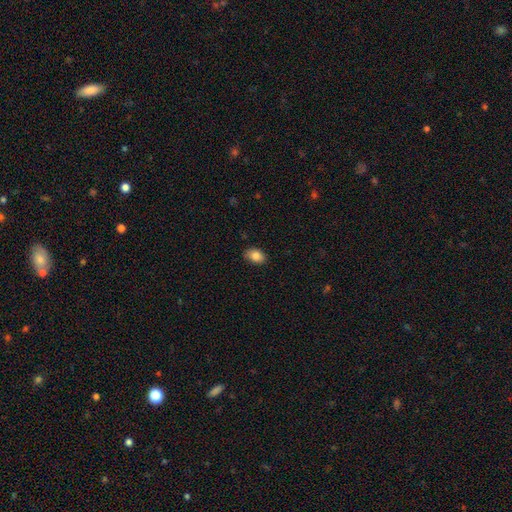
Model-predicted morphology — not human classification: smooth 86%, star or artifact 8%, featured or disk 6%. Down the decision tree: how rounded — in between (80%); merging — none (83%).